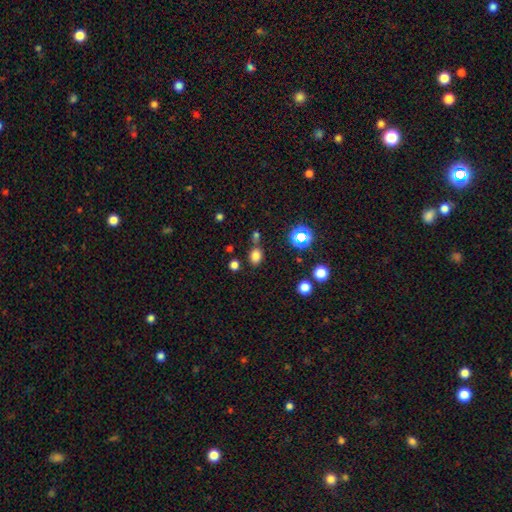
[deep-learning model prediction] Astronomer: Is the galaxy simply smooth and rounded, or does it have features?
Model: smooth — 75%.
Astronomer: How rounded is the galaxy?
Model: in between — 58% (runner-up: round, 41%).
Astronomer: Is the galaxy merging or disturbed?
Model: none — 66%.